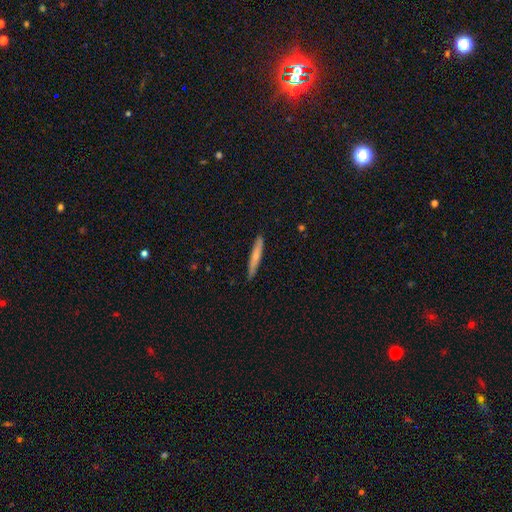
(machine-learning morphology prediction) Smooth or featured? smooth (60%)
How rounded? cigar-shaped (94%)
Merging? none (88%)